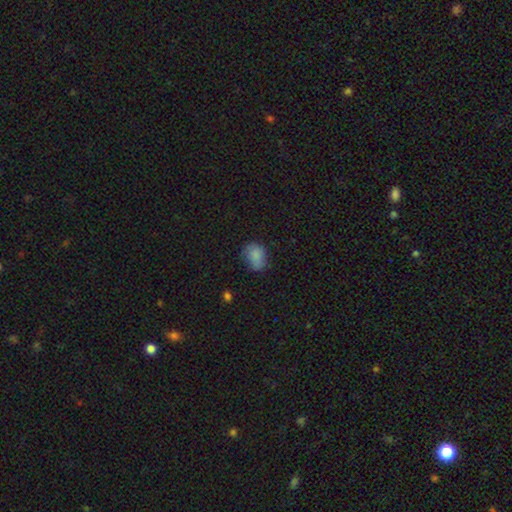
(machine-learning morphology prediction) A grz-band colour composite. It shows a smooth galaxy with no disk features (80%) that is in between round and cigar-shaped (63%). Merging: none (58%).